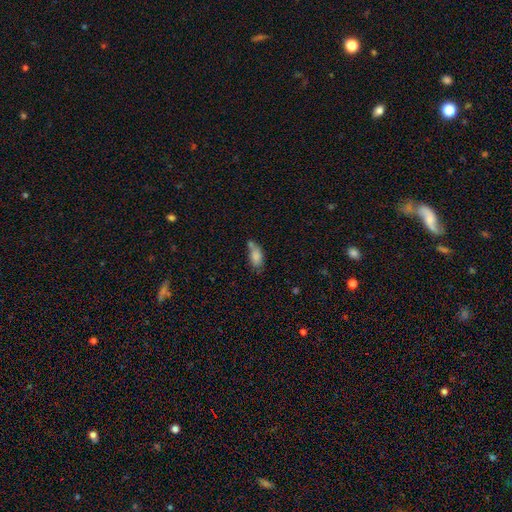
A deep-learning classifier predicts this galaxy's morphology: type=smooth (81%); roundness=in between (88%); merging=none (42%).